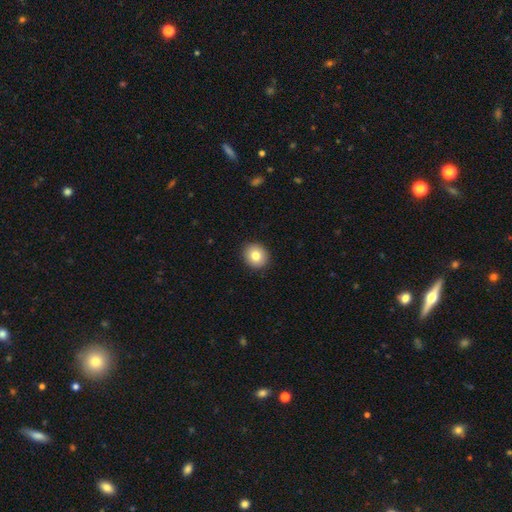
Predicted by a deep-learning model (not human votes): Smooth or featured: smooth — 80% (featured or disk — 11%)
How rounded: round — 74% (in between — 25%)
Merging: none — 91% (minor disturbance — 6%)